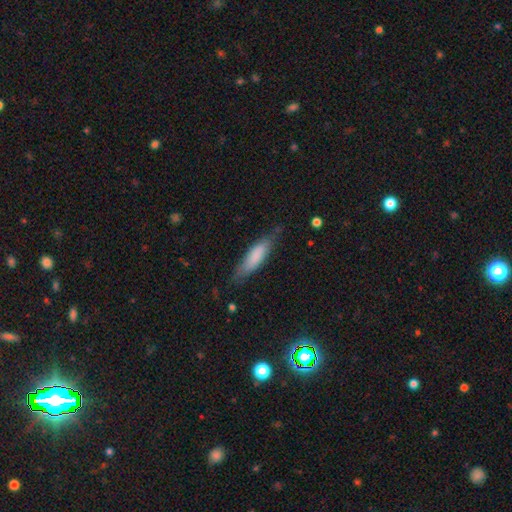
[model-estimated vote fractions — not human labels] Smooth or featured? smooth (78%)
How rounded? cigar-shaped (60%)
Merging? none (73%)